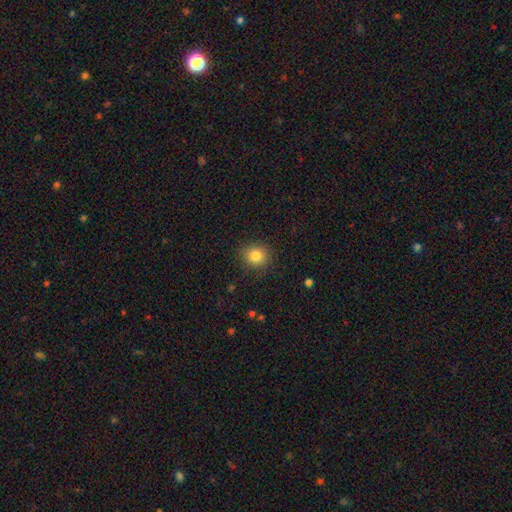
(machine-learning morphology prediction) This appears to be a smooth galaxy with no disk features (82%) that is round (83%). Merging: none (87%).